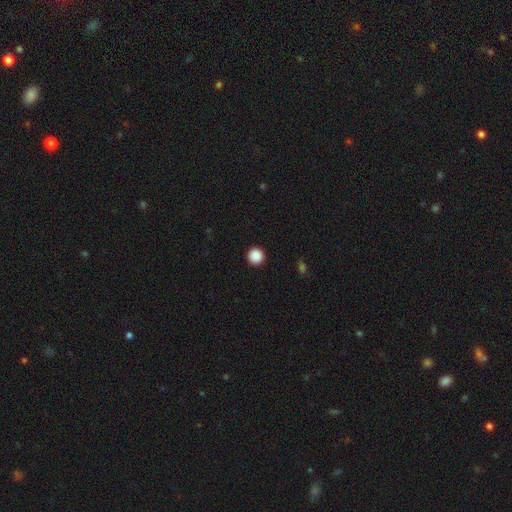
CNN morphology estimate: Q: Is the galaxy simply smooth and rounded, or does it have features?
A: smooth — 89%.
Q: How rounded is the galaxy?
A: round — 96%.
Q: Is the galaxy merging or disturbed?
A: none — 93%.